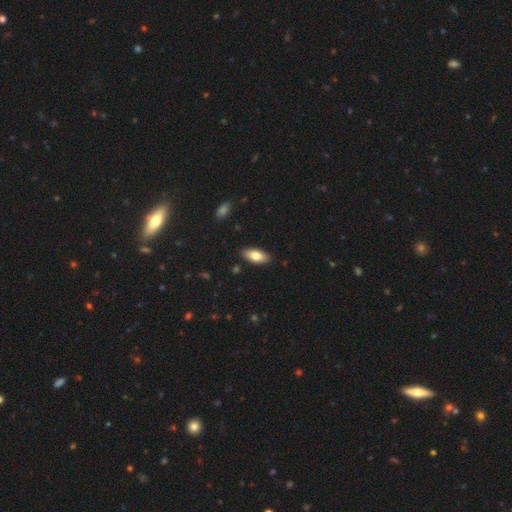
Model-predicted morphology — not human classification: smooth-or-featured: smooth: 79% | featured or disk: 15% | star or artifact: 6%
  how-rounded: in between: 86% | cigar-shaped: 12% | round: 2%
  merging: none: 89% | minor disturbance: 8% | major disturbance: 2% | merger: 1%